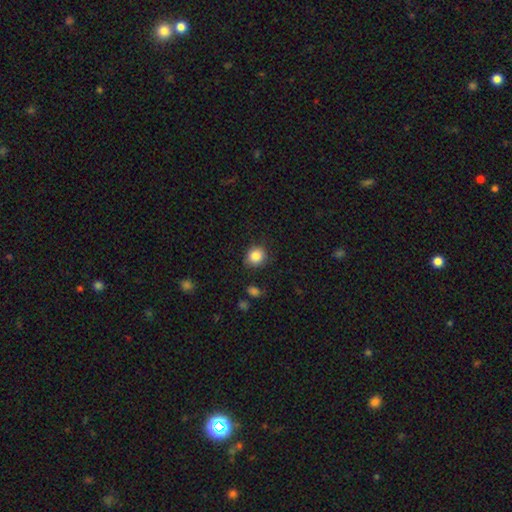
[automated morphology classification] Smooth or featured? Predicted: smooth (p=0.84). How rounded? Predicted: round (p=0.76). Merging? Predicted: none (p=0.84).